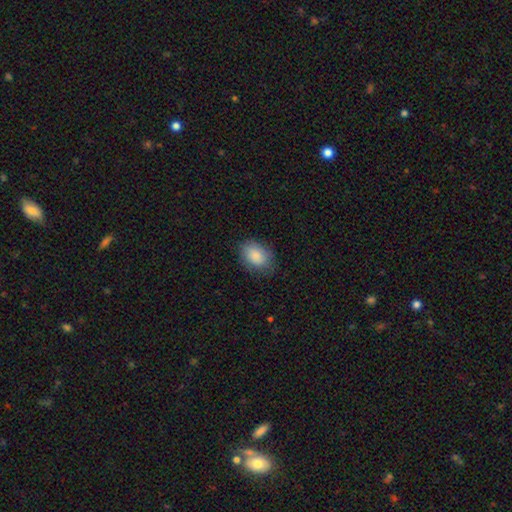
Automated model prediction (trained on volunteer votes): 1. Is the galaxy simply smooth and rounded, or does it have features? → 86% smooth, 7% star or artifact, 7% featured or disk.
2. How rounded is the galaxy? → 78% in between, 20% round, 1% cigar-shaped.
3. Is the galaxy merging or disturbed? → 74% none, 20% minor disturbance, 5% major disturbance, 1% merger.